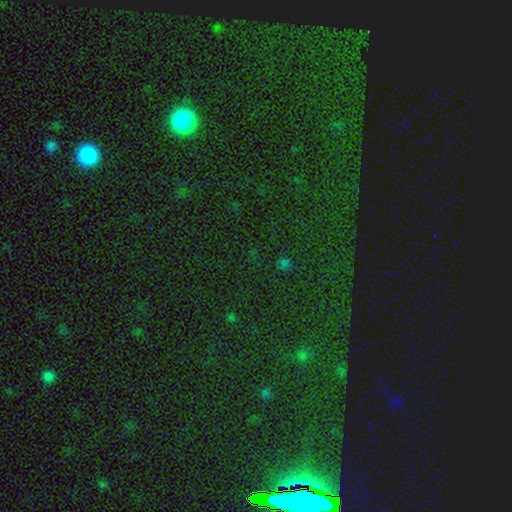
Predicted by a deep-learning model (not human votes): Morphology: type=star or artifact (76%).